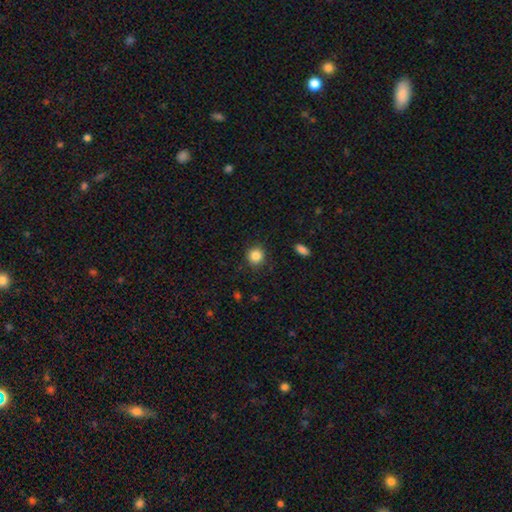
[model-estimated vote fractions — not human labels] Overall: smooth (86%). How rounded: round (90%). Merging: none (88%).